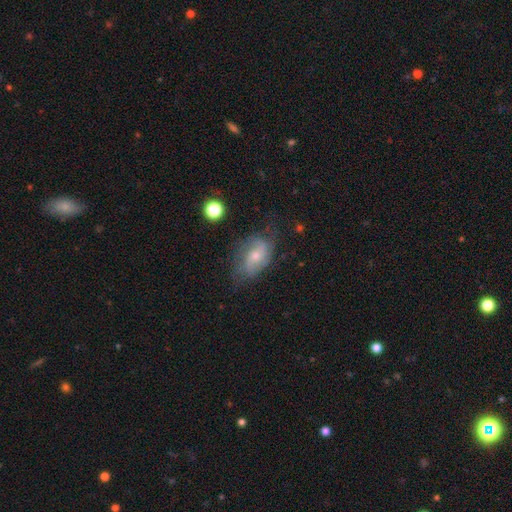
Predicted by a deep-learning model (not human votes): featured or disk 59%, smooth 33%, star or artifact 8%. Down the decision tree: edge-on disk — no (95%); bar — no (61%); spiral arms — yes (82%); bulge size — moderate (46%, tied with small); merging — none (55%).